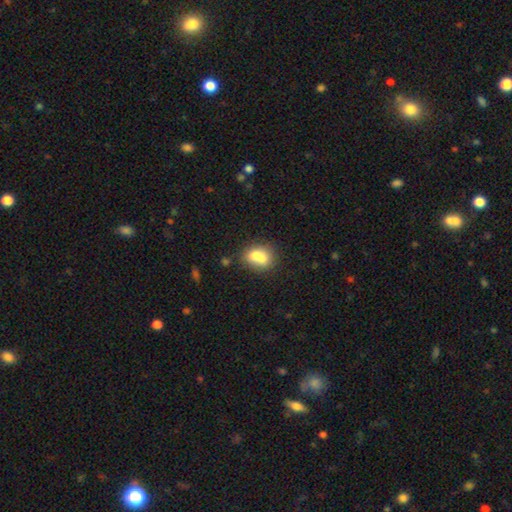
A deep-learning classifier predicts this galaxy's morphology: This is likely a smooth galaxy (74%). How rounded: likely in between (63%). Merging: possibly none (45%).